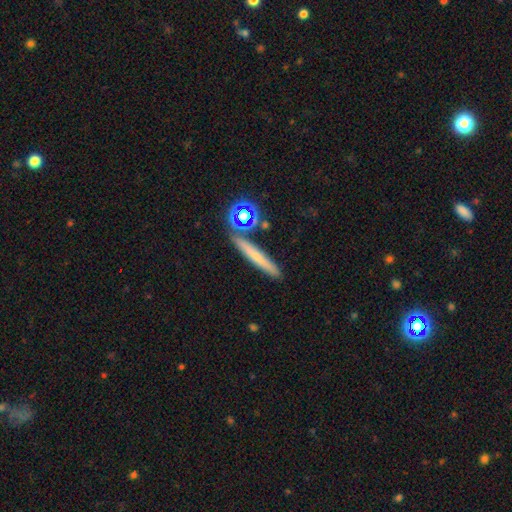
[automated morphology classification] smooth 57%, featured or disk 26%, star or artifact 17%. Down the decision tree: how rounded — cigar-shaped (82%); merging — none (83%).